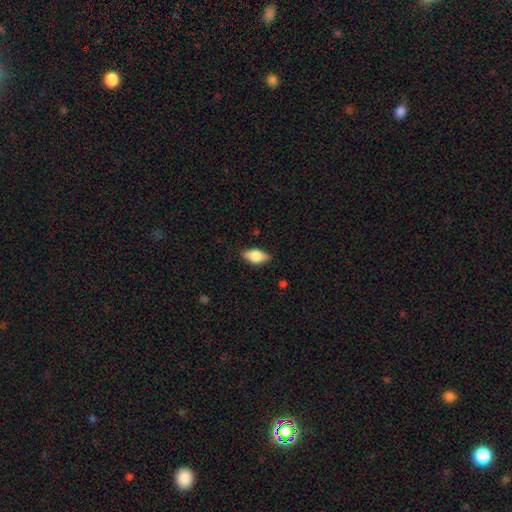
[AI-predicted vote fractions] Q: Smooth or featured?
A: smooth (73%); runner-up: featured or disk (20%)
Q: How rounded?
A: in between (87%); runner-up: cigar-shaped (9%)
Q: Merging?
A: none (83%); runner-up: minor disturbance (13%)